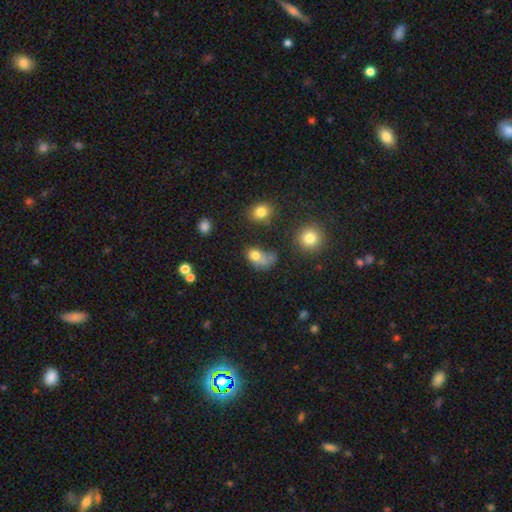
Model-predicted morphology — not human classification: Smooth or featured? Predicted: smooth (p=0.71). How rounded? Predicted: in between (p=0.64). Merging? Predicted: none (p=0.29).